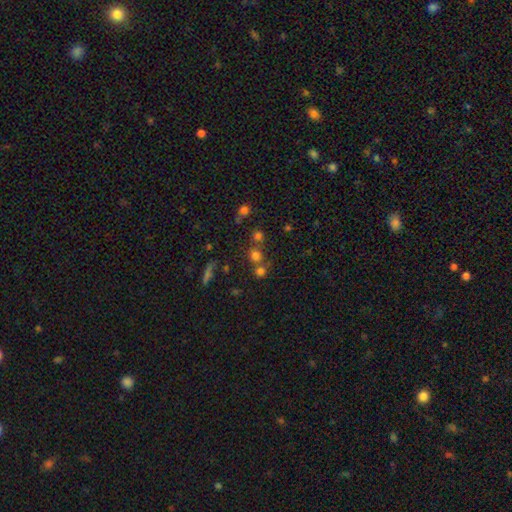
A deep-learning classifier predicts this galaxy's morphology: Overall: smooth (67%). How rounded: round (87%). Merging: none (59%; merger 30%).